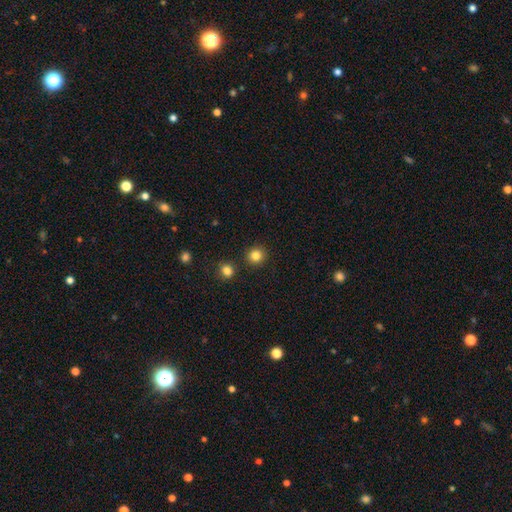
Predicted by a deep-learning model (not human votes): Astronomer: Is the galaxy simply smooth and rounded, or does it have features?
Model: smooth — 83%.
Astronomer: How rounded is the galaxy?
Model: round — 93%.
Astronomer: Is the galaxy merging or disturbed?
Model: none — 90%.